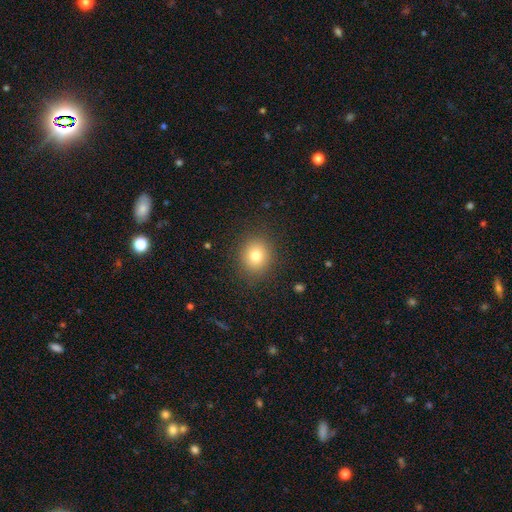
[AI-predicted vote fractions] The model was most divided on "how rounded": round: 78%, in between: 21%, cigar-shaped: 1%. More confident: merging — none (88%); smooth or featured — smooth (79%).